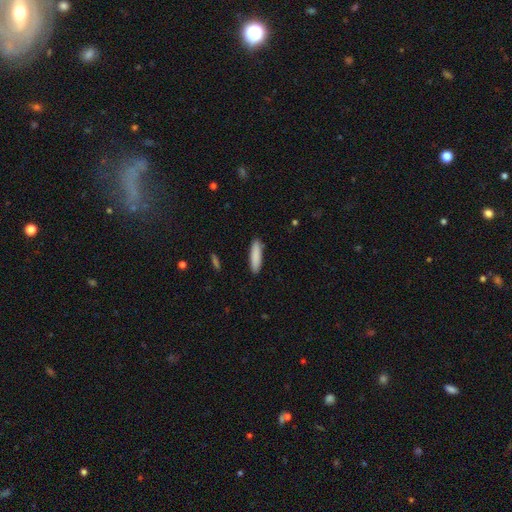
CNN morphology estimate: smooth-or-featured: smooth: 87% | featured or disk: 7% | star or artifact: 6%
  how-rounded: cigar-shaped: 74% | in between: 25% | round: 1%
  merging: none: 89% | minor disturbance: 8% | major disturbance: 2% | merger: 1%